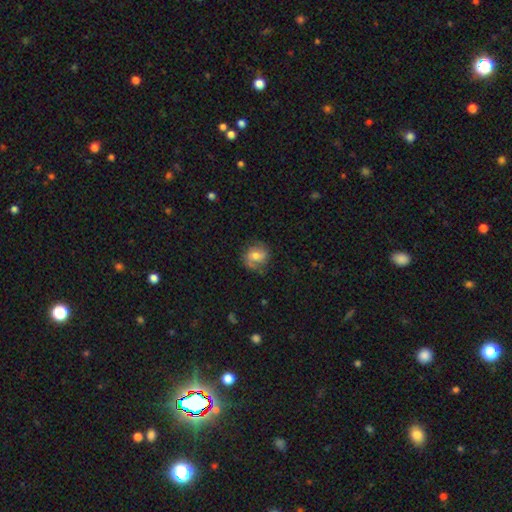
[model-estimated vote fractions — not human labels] This is possibly a featured or disk galaxy (52%). It is clearly not viewed edge-on (97%). Bar: marginally weak (43%). Spiral arm pattern: clearly yes (85%). Central bulge: possibly moderate (59%). Merging: likely none (70%).